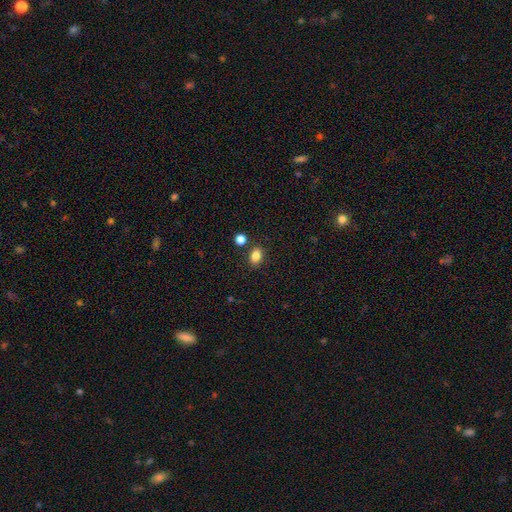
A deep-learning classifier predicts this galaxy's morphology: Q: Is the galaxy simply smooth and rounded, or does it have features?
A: smooth — 83%.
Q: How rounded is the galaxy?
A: in between — 65%.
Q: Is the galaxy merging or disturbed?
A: none — 81%.